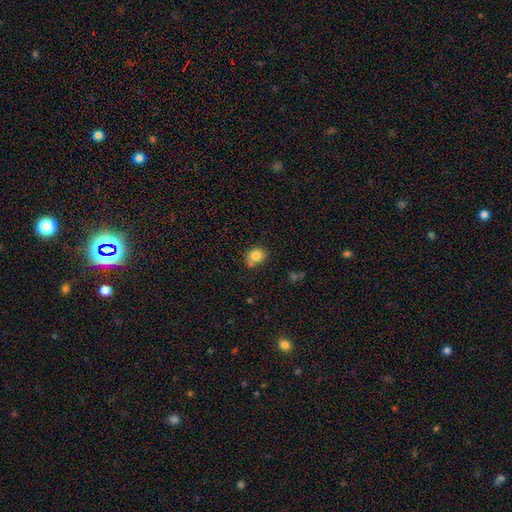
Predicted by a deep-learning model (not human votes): Smooth or featured? smooth (82%)
How rounded? round (61%)
Merging? none (62%)